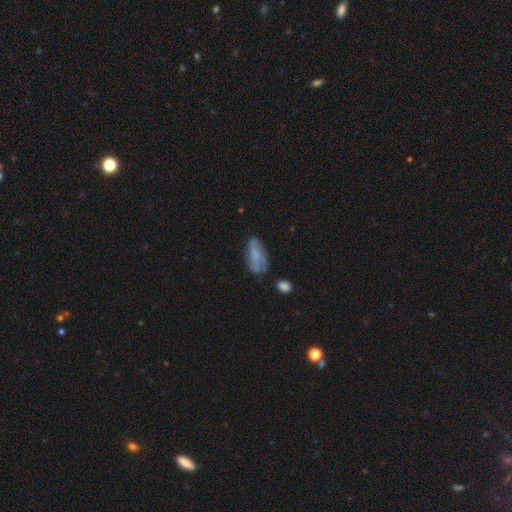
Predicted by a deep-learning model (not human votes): A smooth galaxy with no disk features (55%) that is in between round and cigar-shaped (73%).

Vote fractions:
- Smooth or featured? smooth: 55% / featured or disk: 35% / star or artifact: 10%
- How rounded? in between: 73% / cigar-shaped: 24% / round: 3%
- Merging? none: 50% / minor disturbance: 30% / major disturbance: 15% / merger: 6%